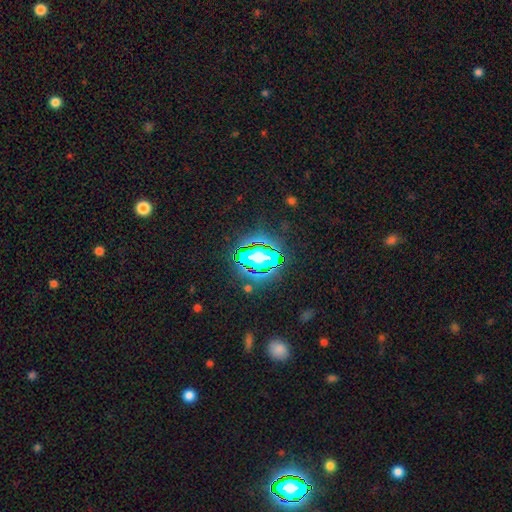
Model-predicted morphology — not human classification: This is possibly a star or artifact rather than a galaxy (58%).